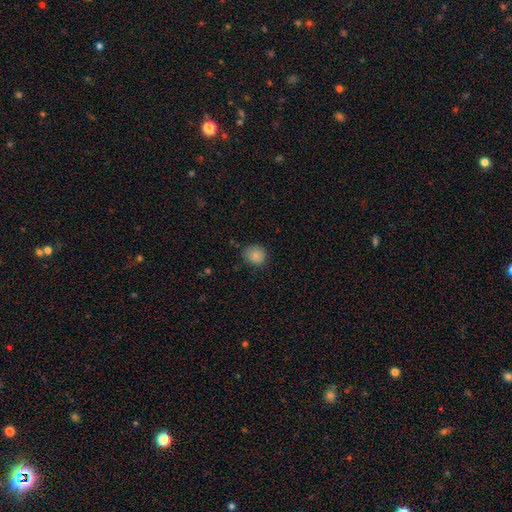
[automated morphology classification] Overall: smooth (86%). How rounded: round (76%). Merging: none (73%).